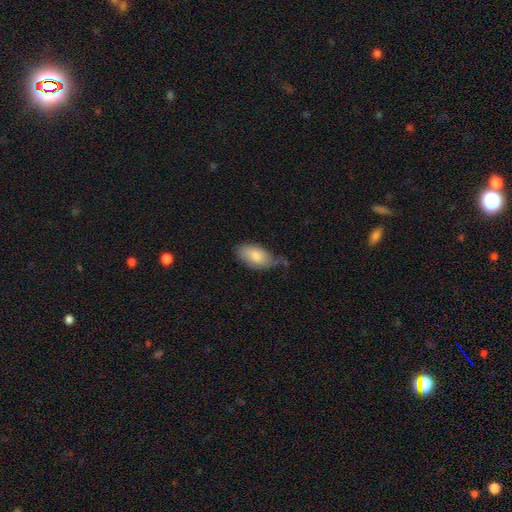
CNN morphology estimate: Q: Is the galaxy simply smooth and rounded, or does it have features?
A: smooth — 82%.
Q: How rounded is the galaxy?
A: in between — 94%.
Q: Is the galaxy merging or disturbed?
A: none — 49%.